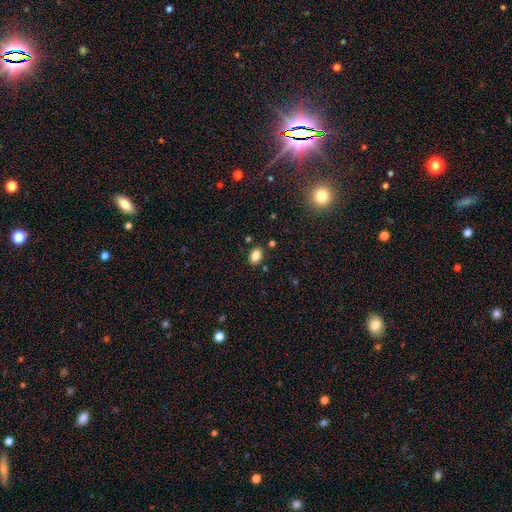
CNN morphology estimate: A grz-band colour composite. It shows a smooth galaxy with no disk features (84%) that is in between round and cigar-shaped (85%). Merging: none (84%).